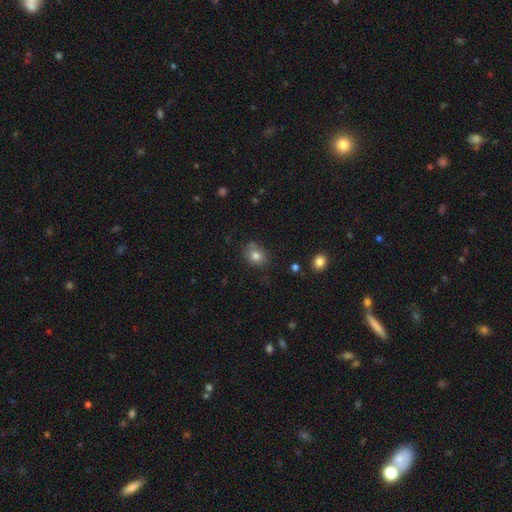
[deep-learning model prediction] Smooth or featured?
  - smooth: 80% *
  - star or artifact: 11%
  - featured or disk: 9%
How rounded?
  - round: 57% *
  - in between: 42%
  - cigar-shaped: 1%
Merging?
  - none: 73% *
  - minor disturbance: 18%
  - merger: 5%
  - major disturbance: 4%